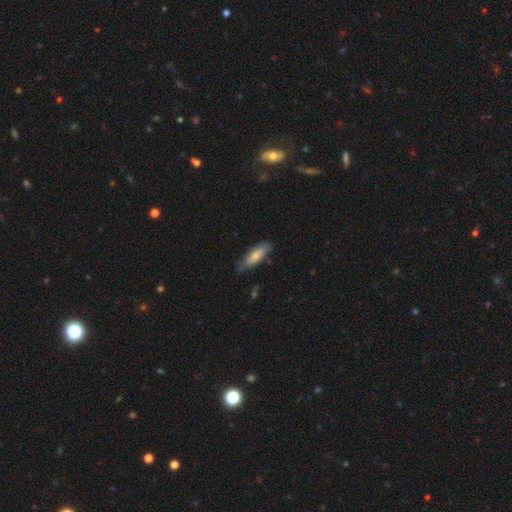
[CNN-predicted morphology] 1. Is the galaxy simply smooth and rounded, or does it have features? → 76% smooth, 18% featured or disk, 5% star or artifact.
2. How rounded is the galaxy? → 50% cigar-shaped, 49% in between, 2% round.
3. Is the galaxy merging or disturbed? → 75% none, 20% minor disturbance, 3% major disturbance, 2% merger.